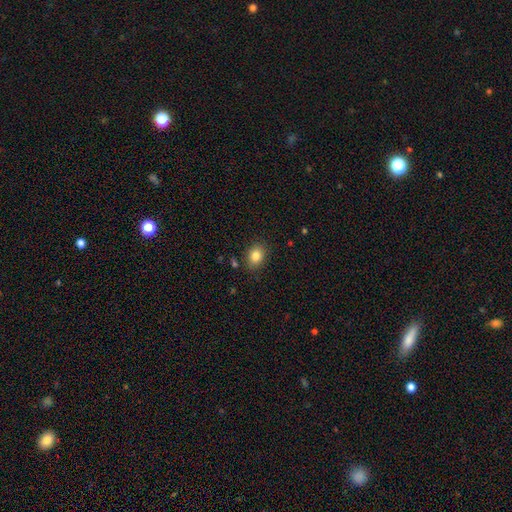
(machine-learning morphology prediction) Smooth or featured: smooth — 84% (star or artifact — 9%)
How rounded: in between — 68% (round — 31%)
Merging: none — 85% (minor disturbance — 10%)